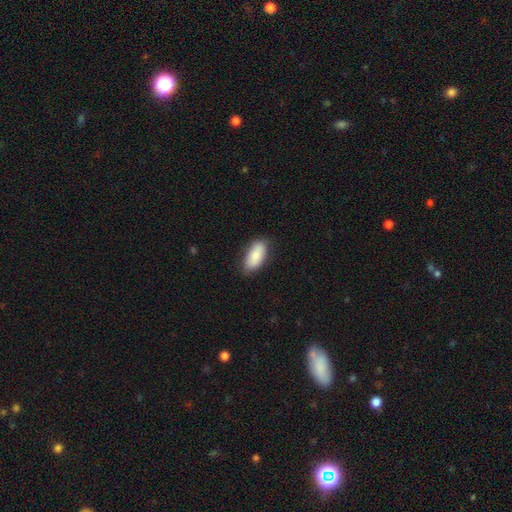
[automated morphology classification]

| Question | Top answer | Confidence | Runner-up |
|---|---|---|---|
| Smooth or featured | smooth | 83% | featured or disk (11%) |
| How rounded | in between | 91% | cigar-shaped (7%) |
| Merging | none | 81% | minor disturbance (15%) |